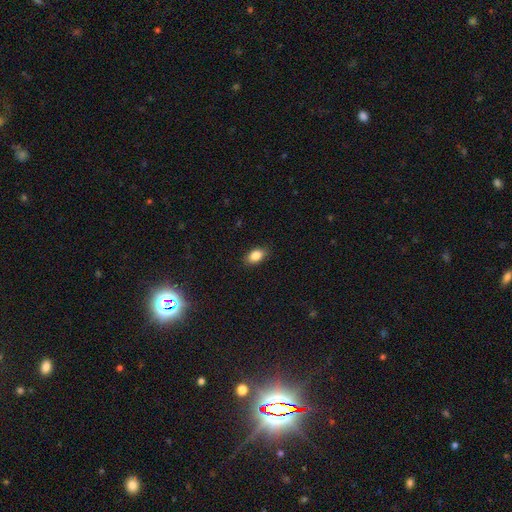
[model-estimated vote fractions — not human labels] A smooth galaxy with no disk features (85%) that is in between round and cigar-shaped (88%).

Vote fractions:
- Smooth or featured? smooth: 85% / star or artifact: 9% / featured or disk: 6%
- How rounded? in between: 88% / round: 10% / cigar-shaped: 2%
- Merging? none: 87% / minor disturbance: 10% / major disturbance: 2% / merger: 1%